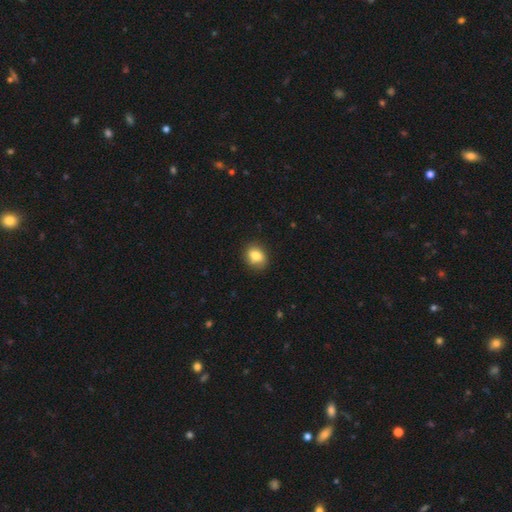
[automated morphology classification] A smooth galaxy with no disk features (80%) that is in between round and cigar-shaped (52%). Merging: none (80%).